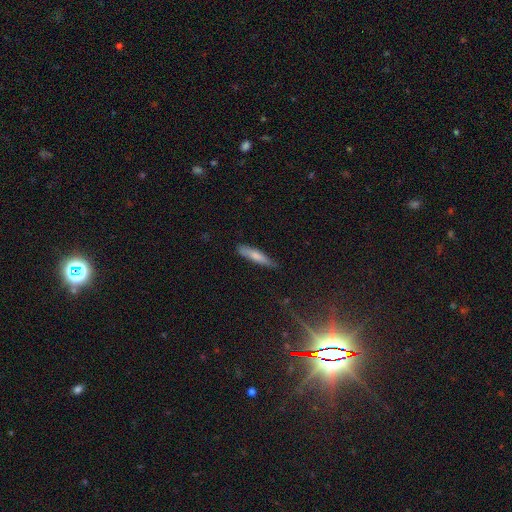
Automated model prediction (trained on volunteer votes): A smooth galaxy with no disk features (70%) that is cigar-shaped (85%). Merging: none (78%).